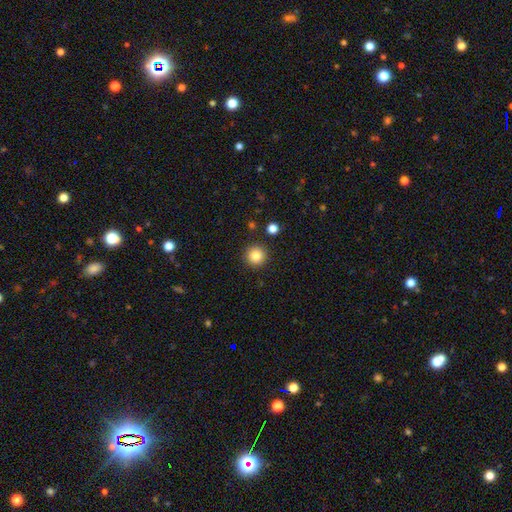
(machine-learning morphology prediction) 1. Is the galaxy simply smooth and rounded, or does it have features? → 84% smooth, 10% star or artifact, 5% featured or disk.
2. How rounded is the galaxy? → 96% round, 3% in between, 1% cigar-shaped.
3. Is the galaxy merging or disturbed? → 91% none, 5% minor disturbance, 2% merger, 2% major disturbance.